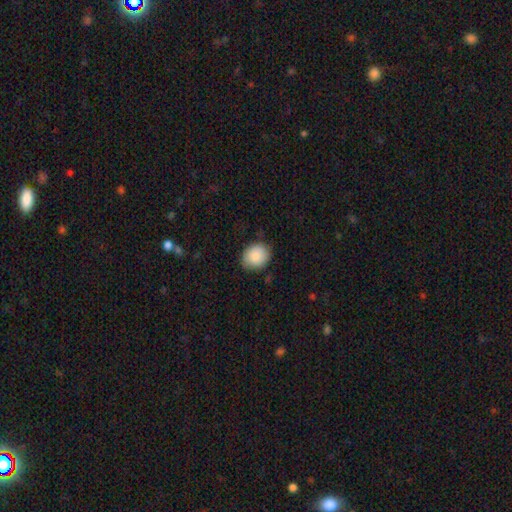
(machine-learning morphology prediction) type=smooth (87%); roundness=round (67%); merging=none (79%).